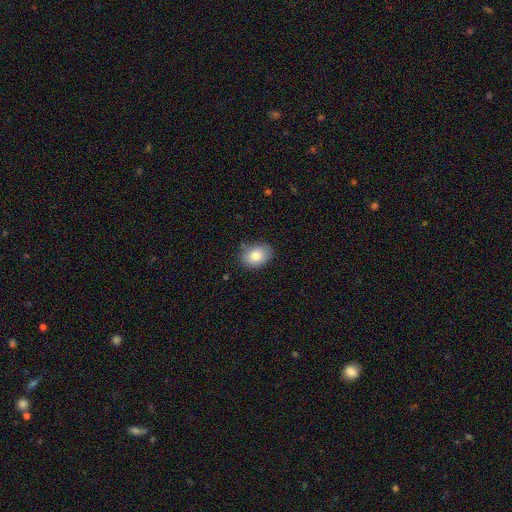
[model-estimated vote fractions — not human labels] The model was most divided on "how rounded": in between: 71%, round: 28%, cigar-shaped: 1%. More confident: smooth or featured — smooth (81%); merging — none (76%).